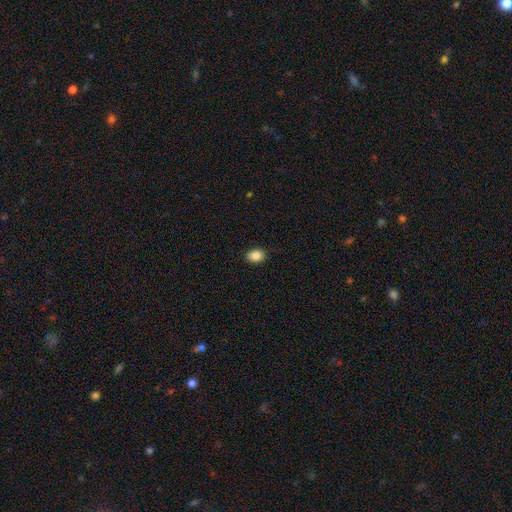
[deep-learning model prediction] This is clearly a smooth galaxy (87%). How rounded: likely in between (64%). Merging: clearly none (89%).